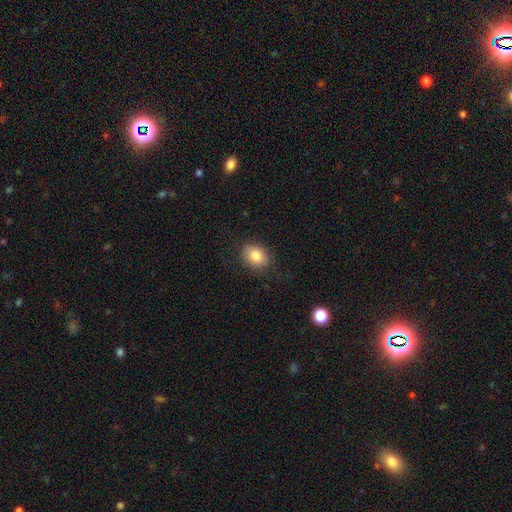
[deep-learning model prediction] Overall: smooth (83%). How rounded: in between (65%; round 34%). Merging: none (81%).